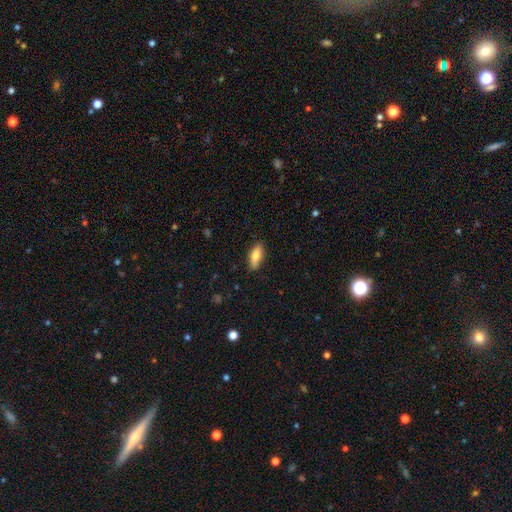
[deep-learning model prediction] A smooth galaxy with no disk features (70%) that is in between round and cigar-shaped (67%).

Vote fractions:
- Smooth or featured? smooth: 70% / featured or disk: 24% / star or artifact: 6%
- How rounded? in between: 67% / cigar-shaped: 30% / round: 3%
- Merging? none: 85% / minor disturbance: 11% / major disturbance: 2% / merger: 1%